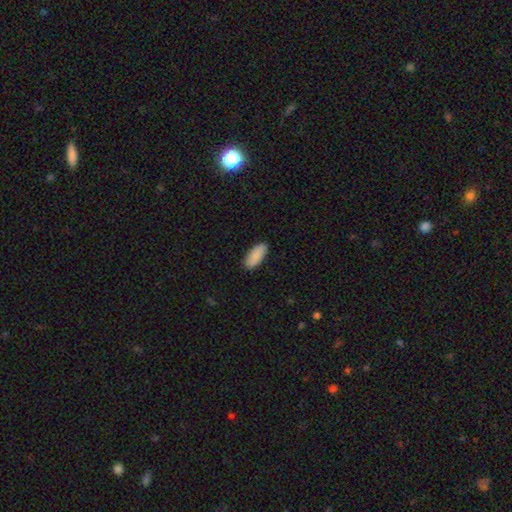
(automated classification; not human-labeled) Q: Smooth or featured?
A: smooth (90%); runner-up: star or artifact (6%)
Q: How rounded?
A: in between (83%); runner-up: cigar-shaped (16%)
Q: Merging?
A: none (88%); runner-up: minor disturbance (9%)